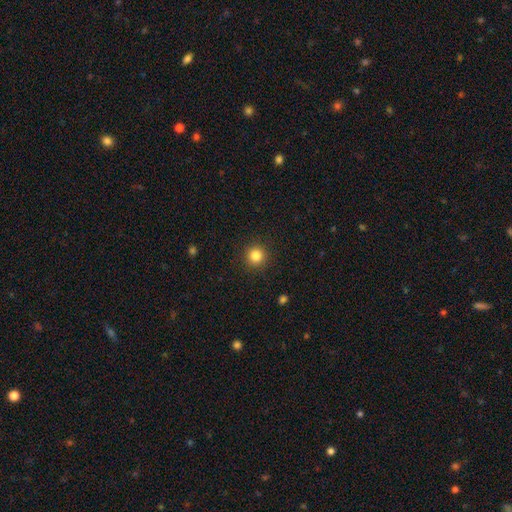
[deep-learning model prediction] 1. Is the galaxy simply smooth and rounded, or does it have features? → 84% smooth, 11% star or artifact, 5% featured or disk.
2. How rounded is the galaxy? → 95% round, 4% in between, 1% cigar-shaped.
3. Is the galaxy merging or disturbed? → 92% none, 5% minor disturbance, 2% major disturbance, 1% merger.